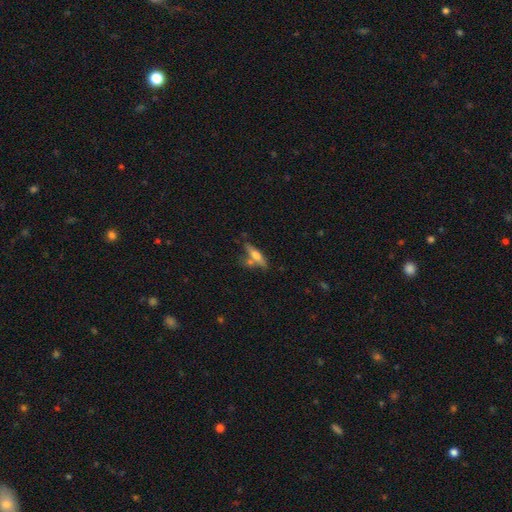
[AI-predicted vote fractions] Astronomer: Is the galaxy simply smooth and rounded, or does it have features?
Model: smooth — 51% (runner-up: featured or disk, 41%).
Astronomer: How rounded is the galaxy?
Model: cigar-shaped — 68%.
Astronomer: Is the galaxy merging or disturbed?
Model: none — 57%.